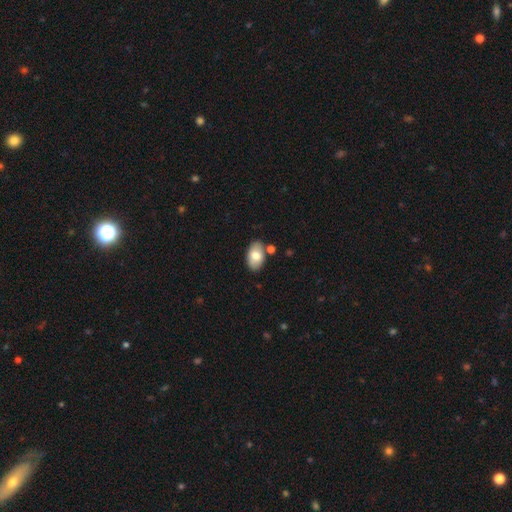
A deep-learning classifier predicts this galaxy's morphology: A smooth galaxy with no disk features (75%) that is in between round and cigar-shaped (92%).

Vote fractions:
- Smooth or featured? smooth: 75% / featured or disk: 18% / star or artifact: 7%
- How rounded? in between: 92% / round: 7% / cigar-shaped: 1%
- Merging? none: 78% / minor disturbance: 12% / merger: 7% / major disturbance: 3%